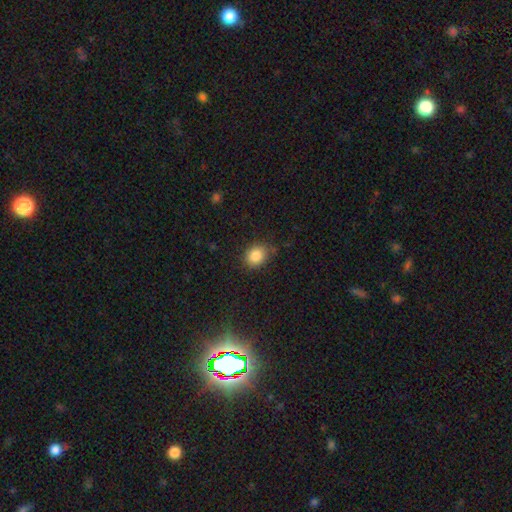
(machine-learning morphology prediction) The model was most divided on "how rounded": round: 57%, in between: 42%, cigar-shaped: 1%. More confident: smooth or featured — smooth (85%); merging — none (74%).